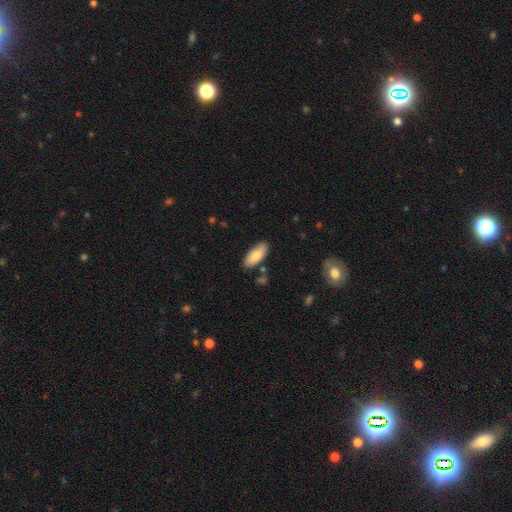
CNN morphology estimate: type=smooth (82%); roundness=in between (84%); merging=none (82%).